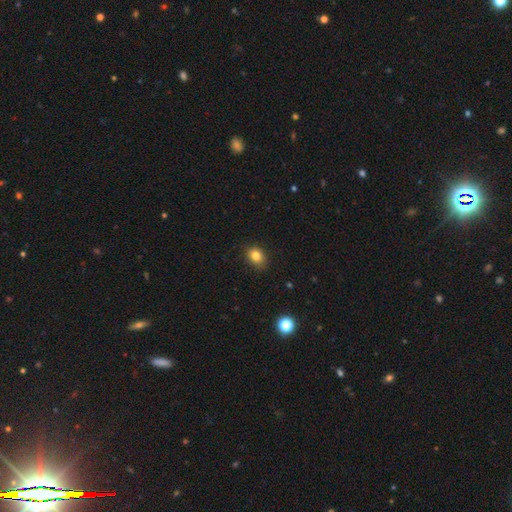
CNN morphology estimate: Smooth or featured?
  - smooth: 83% *
  - star or artifact: 11%
  - featured or disk: 7%
How rounded?
  - in between: 60% *
  - round: 39%
  - cigar-shaped: 1%
Merging?
  - none: 84% *
  - minor disturbance: 12%
  - major disturbance: 2%
  - merger: 1%